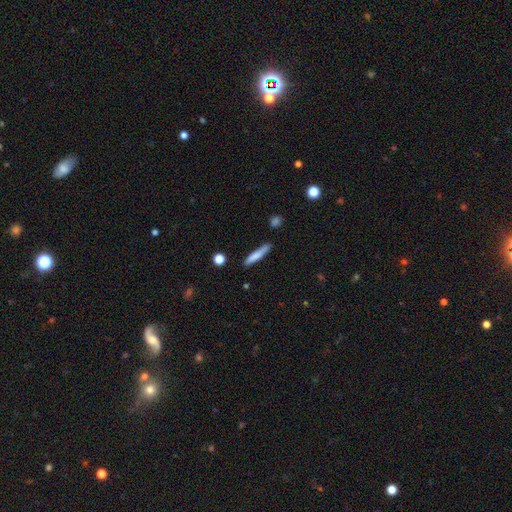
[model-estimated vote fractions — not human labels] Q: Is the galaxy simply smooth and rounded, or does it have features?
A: smooth — 74%.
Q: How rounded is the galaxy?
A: cigar-shaped — 92%.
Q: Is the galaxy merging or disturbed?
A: none — 82%.